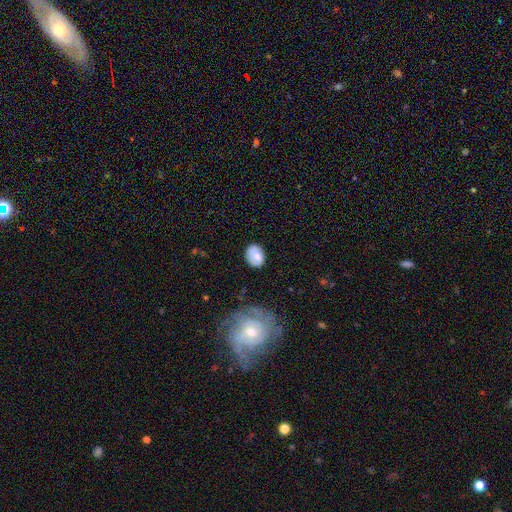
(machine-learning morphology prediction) Overall: smooth (77%). How rounded: in between (68%; round 31%). Merging: none (73%).